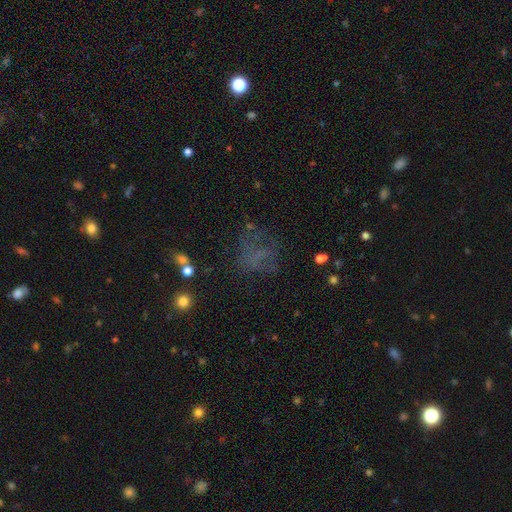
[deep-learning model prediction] Morphology: type=smooth (38%); merging=none (51%).